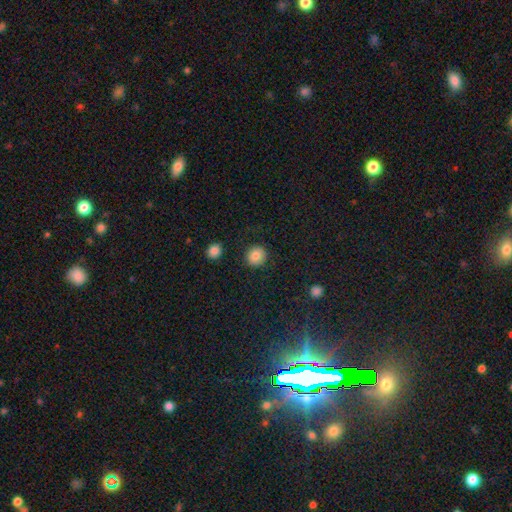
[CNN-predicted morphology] smooth_or_featured: smooth (p=0.85) [alt: star or artifact p=0.09]
how_rounded: round (p=0.90) [alt: in between p=0.09]
merging: none (p=0.90) [alt: minor disturbance p=0.06]